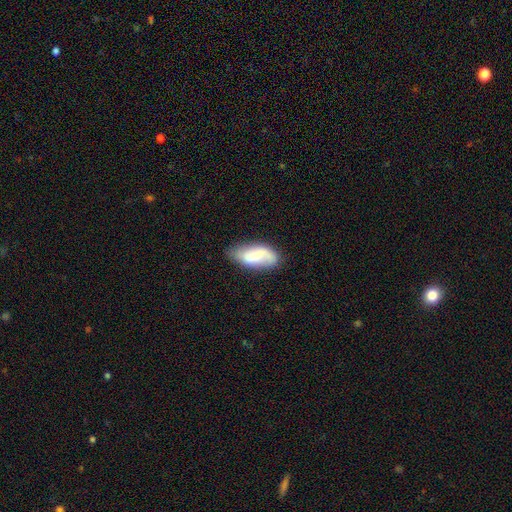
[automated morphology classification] smooth 59%, featured or disk 34%, star or artifact 7%. Down the decision tree: how rounded — in between (89%); merging — none (57%).